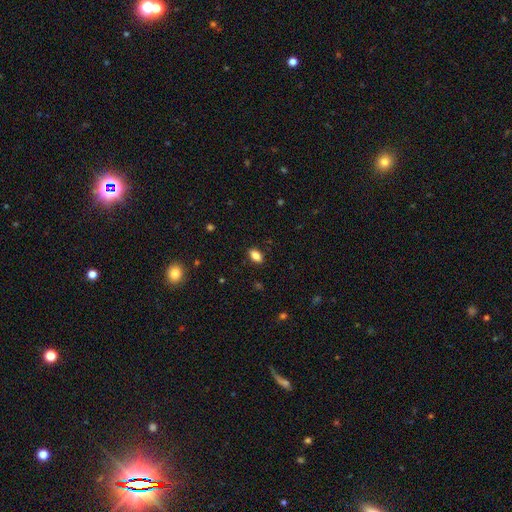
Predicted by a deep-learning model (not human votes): smooth-or-featured: smooth: 84% | star or artifact: 10% | featured or disk: 6%
  how-rounded: in between: 89% | round: 8% | cigar-shaped: 3%
  merging: none: 88% | minor disturbance: 9% | major disturbance: 2% | merger: 1%